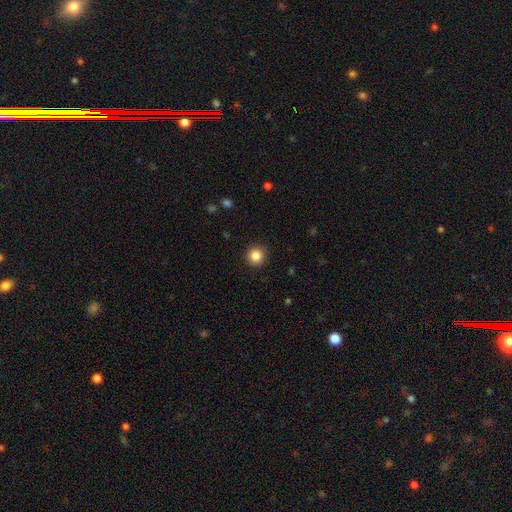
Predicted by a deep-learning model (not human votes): smooth-or-featured: smooth: 86% | star or artifact: 10% | featured or disk: 4%
  how-rounded: round: 95% | in between: 4% | cigar-shaped: 1%
  merging: none: 91% | minor disturbance: 6% | major disturbance: 2% | merger: 1%